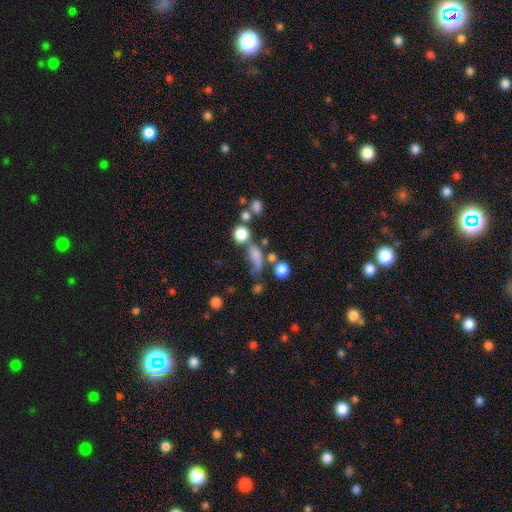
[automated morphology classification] Smooth or featured? Predicted: smooth (p=0.69). How rounded? Predicted: in between (p=0.51). Merging? Predicted: none (p=0.37).